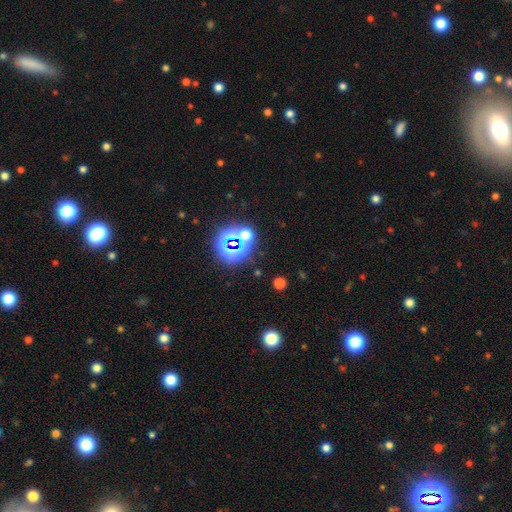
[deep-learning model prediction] Smooth or featured: star or artifact — 78% (smooth — 13%)